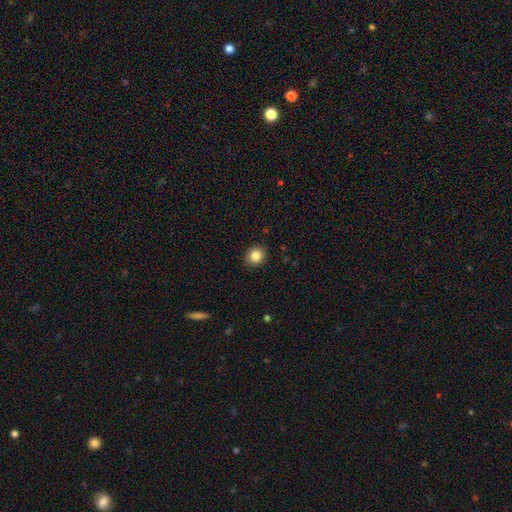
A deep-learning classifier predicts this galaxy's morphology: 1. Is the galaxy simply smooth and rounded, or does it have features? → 83% smooth, 10% star or artifact, 6% featured or disk.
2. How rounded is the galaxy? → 78% round, 21% in between, 1% cigar-shaped.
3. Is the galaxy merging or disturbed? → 91% none, 6% minor disturbance, 2% major disturbance, 1% merger.